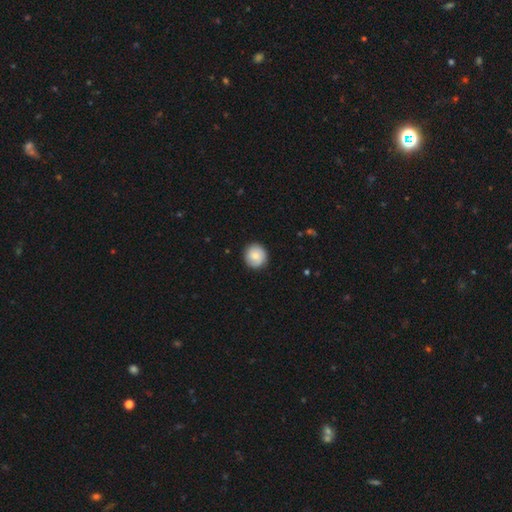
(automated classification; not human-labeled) This appears to be a smooth galaxy with no disk features (73%) that is round (93%). Merging: none (89%).